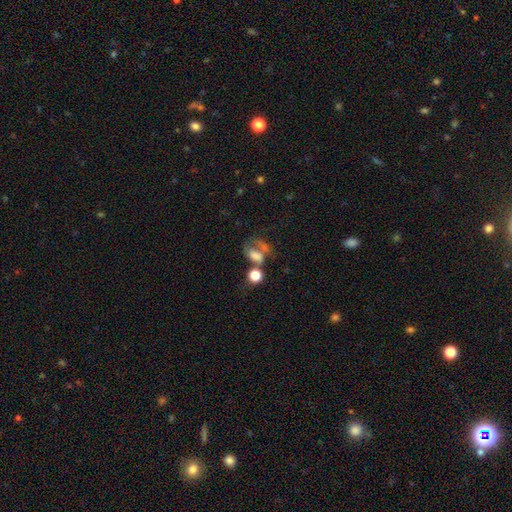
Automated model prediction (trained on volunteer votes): Morphology: type=smooth (61%); roundness=in between (66%); merging=merger (36%).